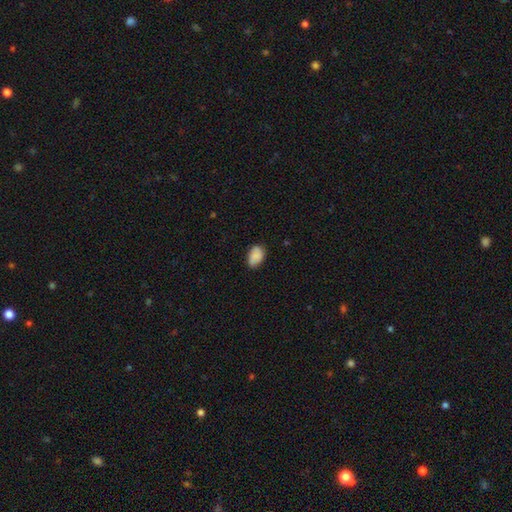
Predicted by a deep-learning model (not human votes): This is clearly a smooth galaxy (84%). How rounded: clearly in between (87%). Merging: likely none (68%).